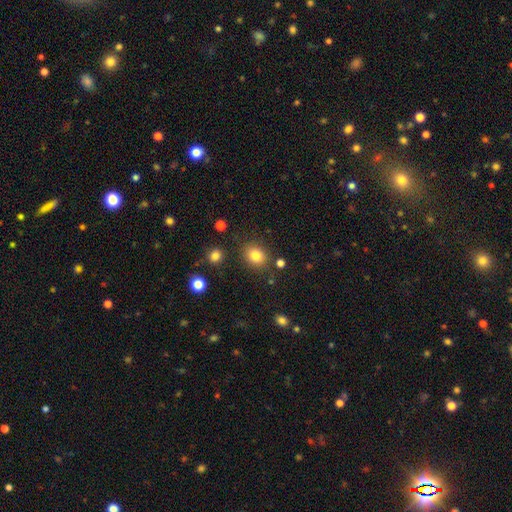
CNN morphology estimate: Smooth or featured?
  - smooth: 83% *
  - star or artifact: 11%
  - featured or disk: 6%
How rounded?
  - round: 61% *
  - in between: 38%
  - cigar-shaped: 1%
Merging?
  - none: 83% *
  - minor disturbance: 10%
  - merger: 4%
  - major disturbance: 3%